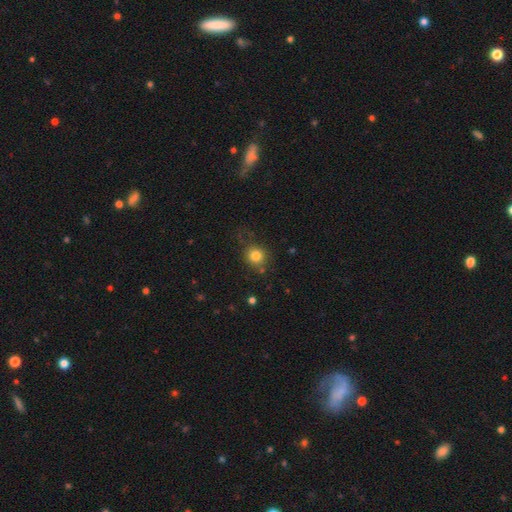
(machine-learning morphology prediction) A smooth galaxy with no disk features (82%) that is round (87%).

Vote fractions:
- Smooth or featured? smooth: 82% / star or artifact: 11% / featured or disk: 6%
- How rounded? round: 87% / in between: 13% / cigar-shaped: 1%
- Merging? none: 76% / minor disturbance: 14% / major disturbance: 6% / merger: 4%